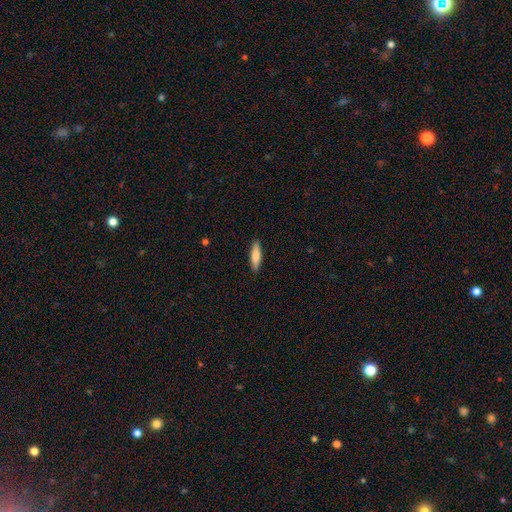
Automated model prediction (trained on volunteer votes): Morphology: type=smooth (78%); roundness=cigar-shaped (67%); merging=none (89%).